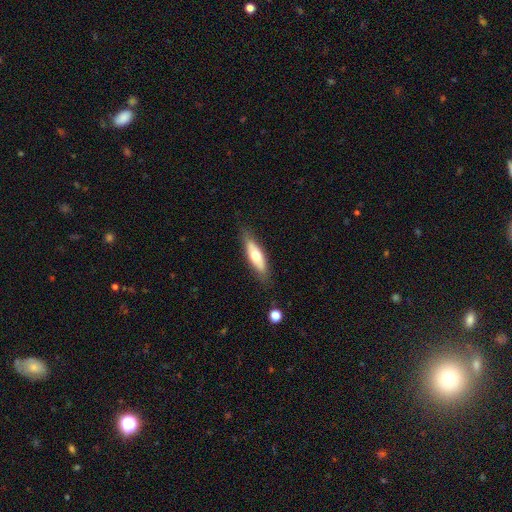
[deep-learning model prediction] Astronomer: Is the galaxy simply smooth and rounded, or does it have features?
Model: smooth — 57% (runner-up: featured or disk, 37%).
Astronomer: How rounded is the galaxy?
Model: cigar-shaped — 51% (runner-up: in between, 47%).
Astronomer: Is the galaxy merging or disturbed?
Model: none — 80%.